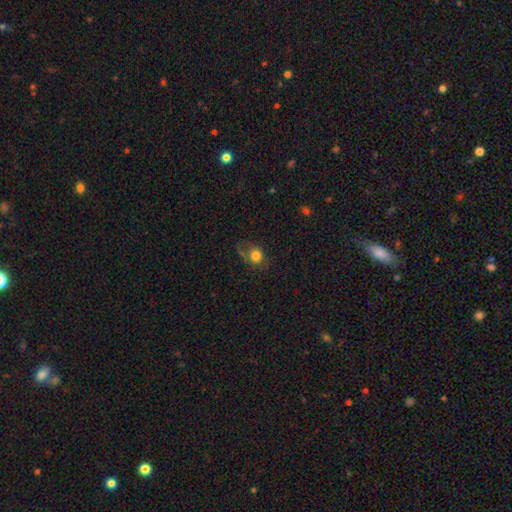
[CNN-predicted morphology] smooth 76%, featured or disk 13%, star or artifact 12%. Down the decision tree: how rounded — round (73%); merging — none (55%).